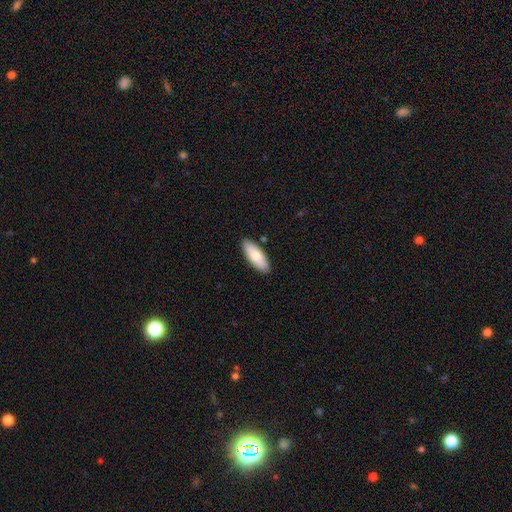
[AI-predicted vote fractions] Smooth or featured?
  - smooth: 79% *
  - featured or disk: 15%
  - star or artifact: 6%
How rounded?
  - in between: 70% *
  - cigar-shaped: 29%
  - round: 2%
Merging?
  - none: 88% *
  - minor disturbance: 9%
  - major disturbance: 2%
  - merger: 2%